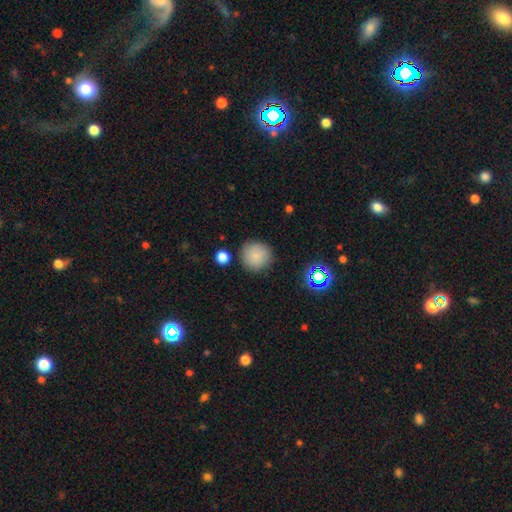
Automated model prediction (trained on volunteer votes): A smooth galaxy with no disk features (81%) that is round (94%). Merging: none (84%).